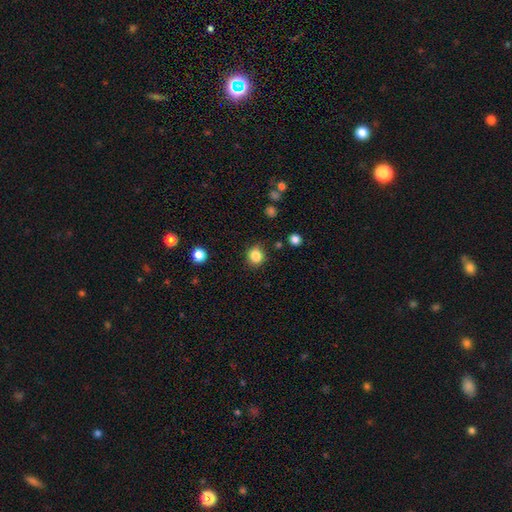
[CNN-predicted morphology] smooth-or-featured: smooth: 84% | star or artifact: 11% | featured or disk: 5%
  how-rounded: round: 85% | in between: 14% | cigar-shaped: 1%
  merging: none: 86% | minor disturbance: 10% | major disturbance: 3% | merger: 2%